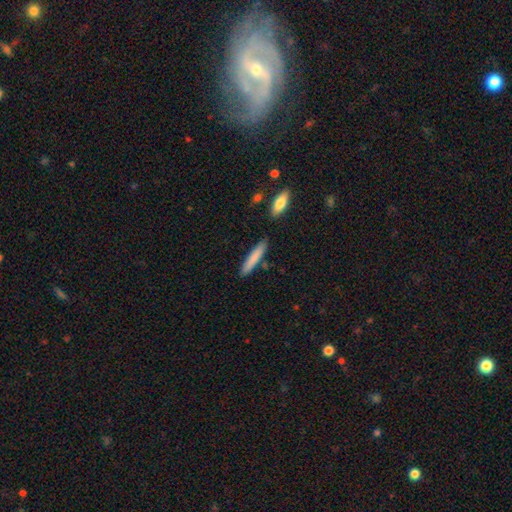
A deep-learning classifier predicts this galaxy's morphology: smooth-or-featured: smooth: 81% | featured or disk: 13% | star or artifact: 6%
  how-rounded: cigar-shaped: 90% | in between: 9% | round: 1%
  merging: none: 84% | minor disturbance: 10% | merger: 4% | major disturbance: 2%